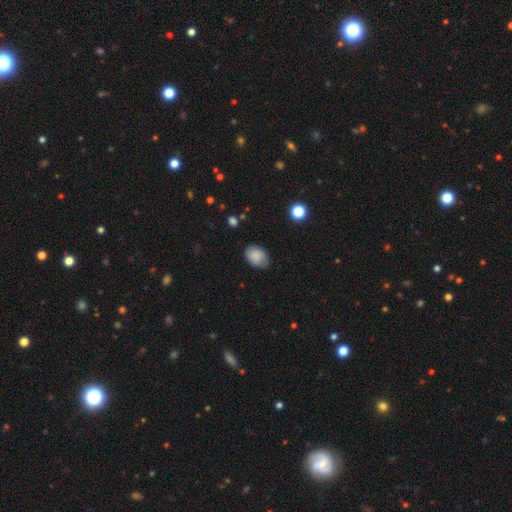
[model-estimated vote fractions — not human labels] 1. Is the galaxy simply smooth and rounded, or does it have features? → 84% smooth, 8% featured or disk, 8% star or artifact.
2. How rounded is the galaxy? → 75% in between, 24% round, 1% cigar-shaped.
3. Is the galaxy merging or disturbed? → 75% none, 20% minor disturbance, 4% major disturbance, 1% merger.